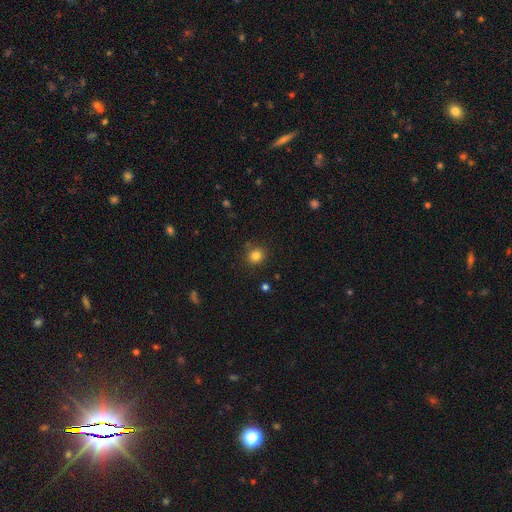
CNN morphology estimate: smooth 82%, star or artifact 13%, featured or disk 5%. Down the decision tree: how rounded — round (87%); merging — none (87%).